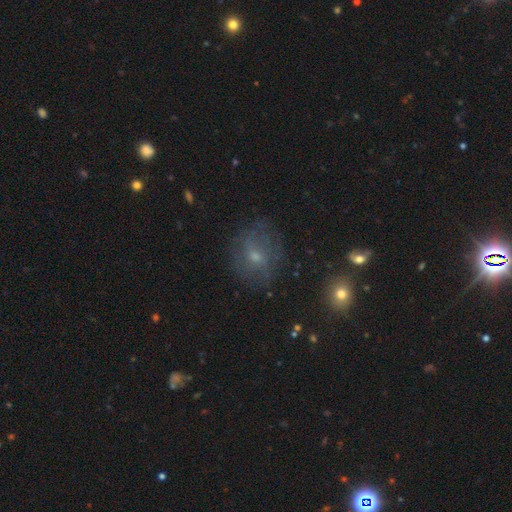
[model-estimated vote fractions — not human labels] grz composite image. It shows a smooth galaxy with no disk features (42%). Merging: none (67%).